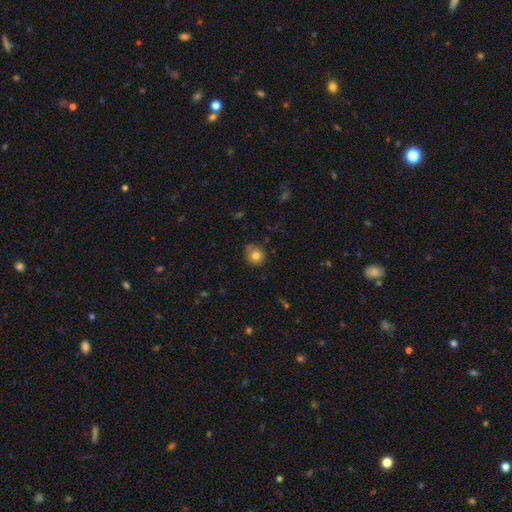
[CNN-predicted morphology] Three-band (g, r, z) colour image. It shows a smooth galaxy with no disk features (79%) that is round (84%). Merging: none (77%).